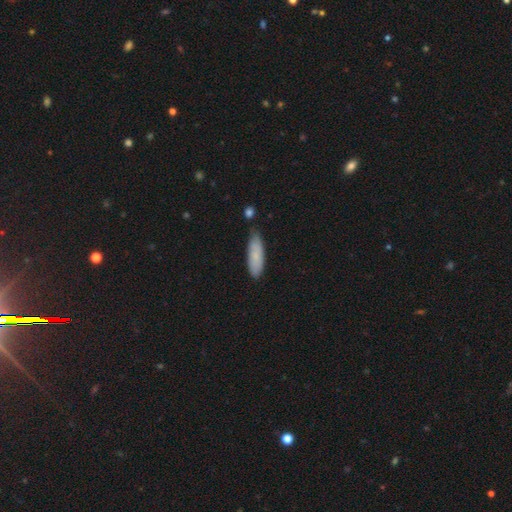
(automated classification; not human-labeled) The model was most divided on "how rounded": in between: 55%, cigar-shaped: 44%, round: 2%. More confident: smooth or featured — smooth (79%); merging — none (69%).